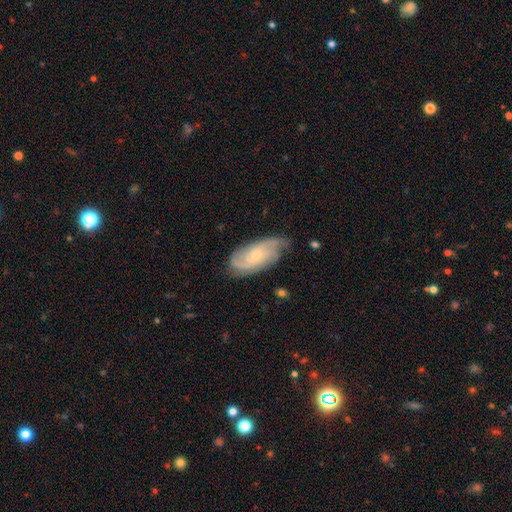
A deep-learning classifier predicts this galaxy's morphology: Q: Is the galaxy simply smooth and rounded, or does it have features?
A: featured or disk — 75%.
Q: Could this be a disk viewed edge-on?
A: no — 94%.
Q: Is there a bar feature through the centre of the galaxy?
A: no — 62%.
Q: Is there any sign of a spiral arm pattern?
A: yes — 95%.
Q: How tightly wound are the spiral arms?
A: tight — 47%.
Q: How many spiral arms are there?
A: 2 — 32%.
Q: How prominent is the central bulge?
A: small — 61%.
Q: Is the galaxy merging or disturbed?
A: none — 69%.